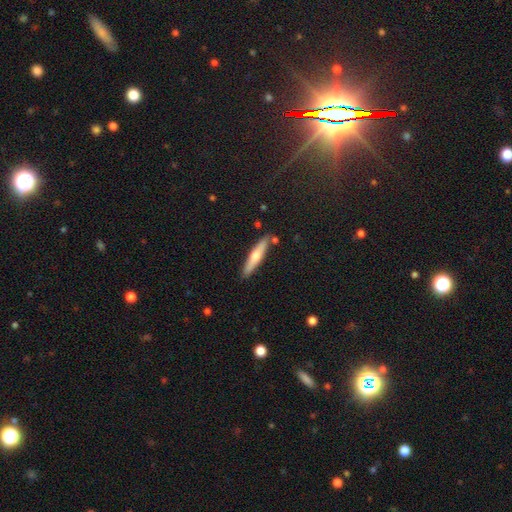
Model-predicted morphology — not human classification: smooth 48%, featured or disk 45%, star or artifact 7%. Down the decision tree: merging — none (86%).